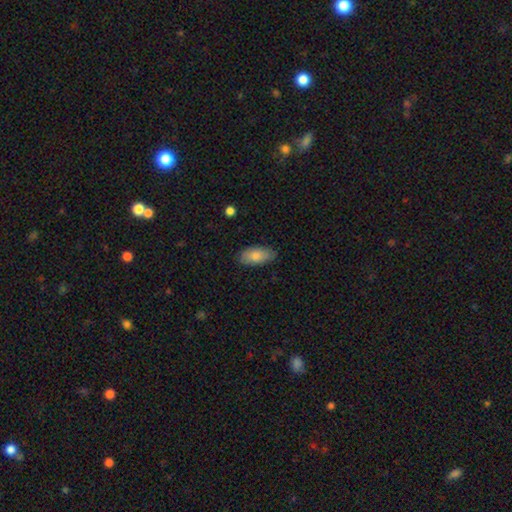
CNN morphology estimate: Smooth or featured? smooth (79%)
How rounded? in between (91%)
Merging? none (84%)